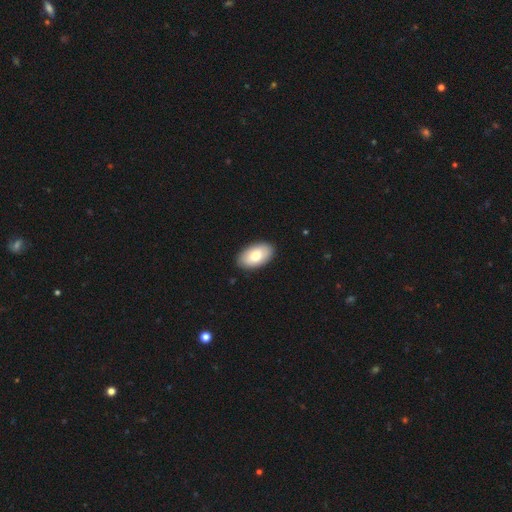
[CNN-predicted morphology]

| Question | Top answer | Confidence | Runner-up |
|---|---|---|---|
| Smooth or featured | smooth | 77% | featured or disk (17%) |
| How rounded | in between | 95% | round (4%) |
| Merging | none | 89% | minor disturbance (8%) |